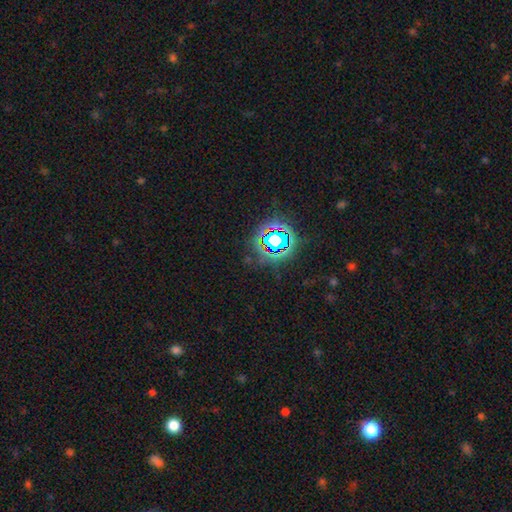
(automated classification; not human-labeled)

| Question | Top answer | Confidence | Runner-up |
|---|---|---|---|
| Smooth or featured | star or artifact | 78% | smooth (13%) |